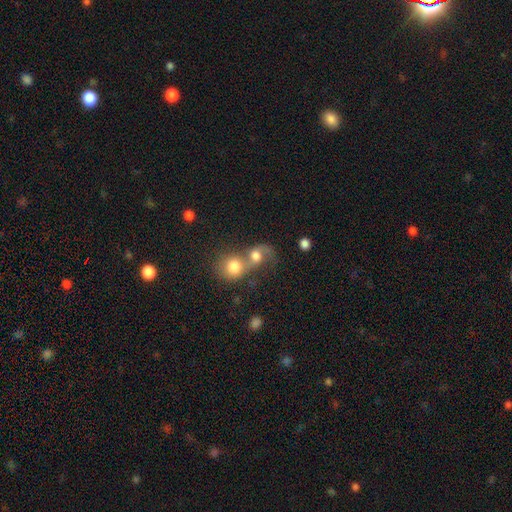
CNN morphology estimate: The model was most divided on "how rounded": round: 65%, in between: 33%, cigar-shaped: 2%. More confident: merging — merger (74%); smooth or featured — smooth (62%).